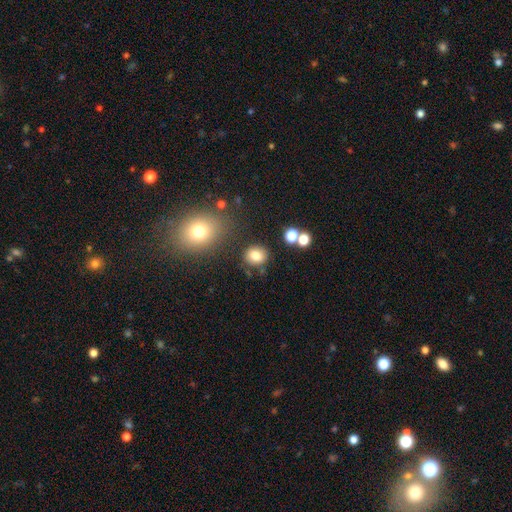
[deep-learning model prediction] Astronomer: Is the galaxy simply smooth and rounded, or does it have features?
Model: smooth — 81%.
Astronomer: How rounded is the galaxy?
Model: round — 69%.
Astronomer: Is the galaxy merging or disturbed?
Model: none — 81%.